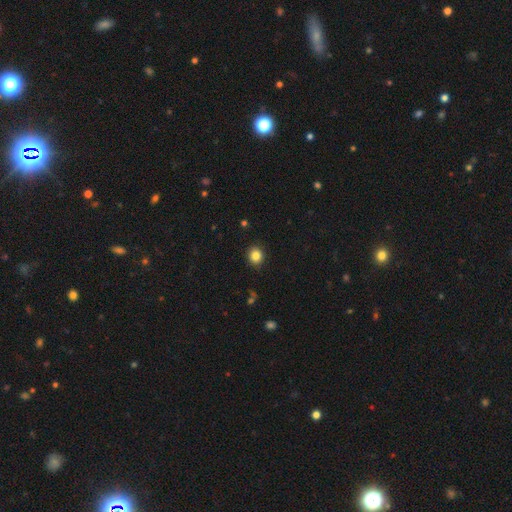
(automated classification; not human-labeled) smooth_or_featured: smooth (p=0.84) [alt: star or artifact p=0.11]
how_rounded: round (p=0.78) [alt: in between p=0.21]
merging: none (p=0.91) [alt: minor disturbance p=0.07]